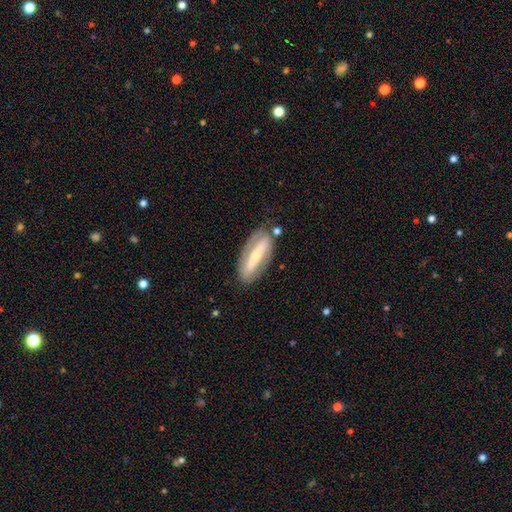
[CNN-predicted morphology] type=featured or disk (64%); edge-on=no (70%); merging=none (77%).